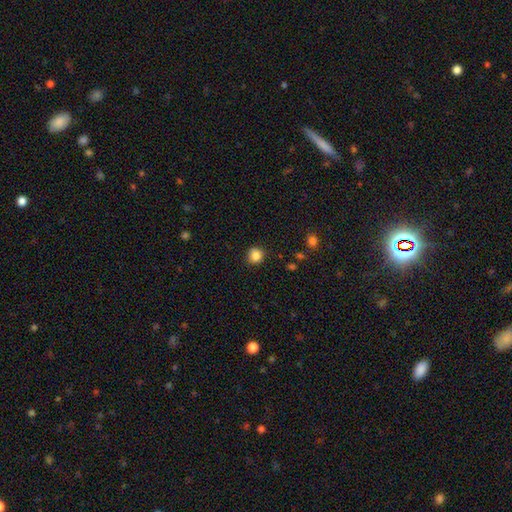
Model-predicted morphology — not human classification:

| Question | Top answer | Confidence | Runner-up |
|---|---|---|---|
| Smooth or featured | smooth | 84% | star or artifact (11%) |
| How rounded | round | 91% | in between (9%) |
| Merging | none | 88% | minor disturbance (9%) |